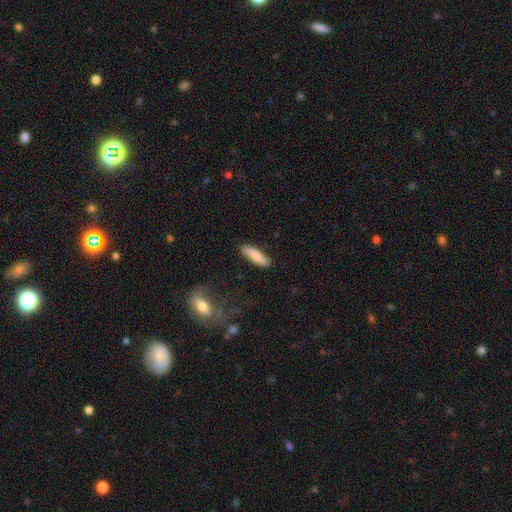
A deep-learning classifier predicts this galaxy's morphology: Smooth or featured?
  - smooth: 83% *
  - featured or disk: 11%
  - star or artifact: 6%
How rounded?
  - cigar-shaped: 65% *
  - in between: 33%
  - round: 2%
Merging?
  - none: 86% *
  - minor disturbance: 10%
  - major disturbance: 2%
  - merger: 1%